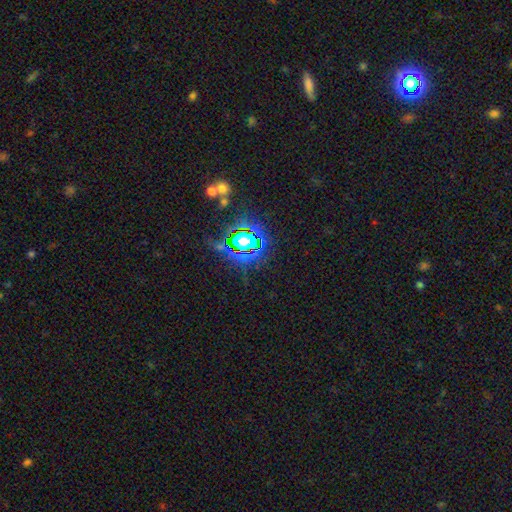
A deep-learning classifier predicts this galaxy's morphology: Overall: star or artifact (79%).